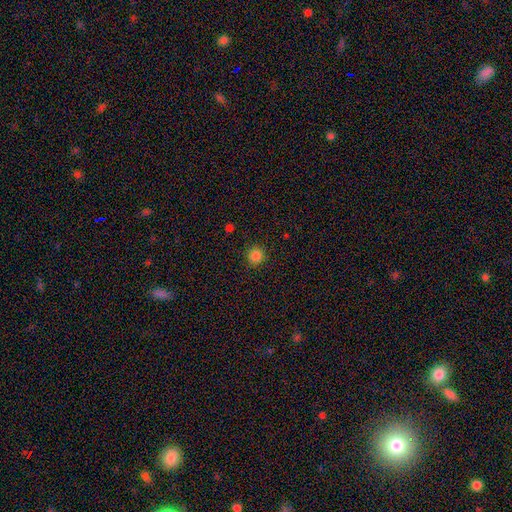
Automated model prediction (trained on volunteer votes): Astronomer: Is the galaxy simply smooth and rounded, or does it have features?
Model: smooth — 84%.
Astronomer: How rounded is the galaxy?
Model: round — 93%.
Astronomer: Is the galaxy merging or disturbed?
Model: none — 91%.